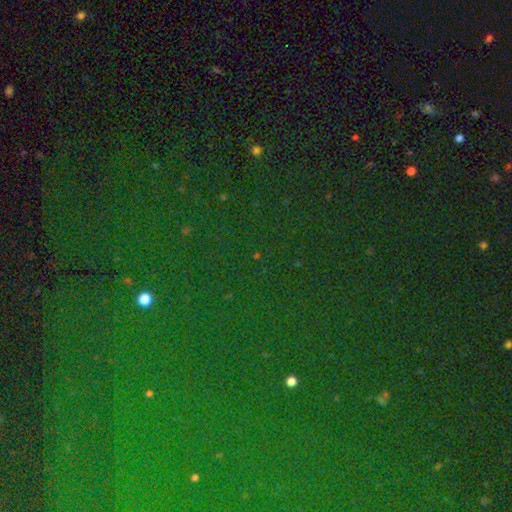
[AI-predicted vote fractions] A star or artifact, not a galaxy (81%).